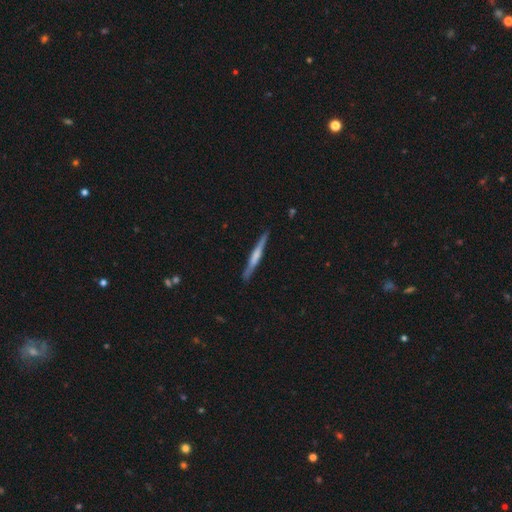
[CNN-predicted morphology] A featured or disk galaxy (58%) viewed edge-on (98%) with a rounded central bulge (38%). Merging: none (90%).